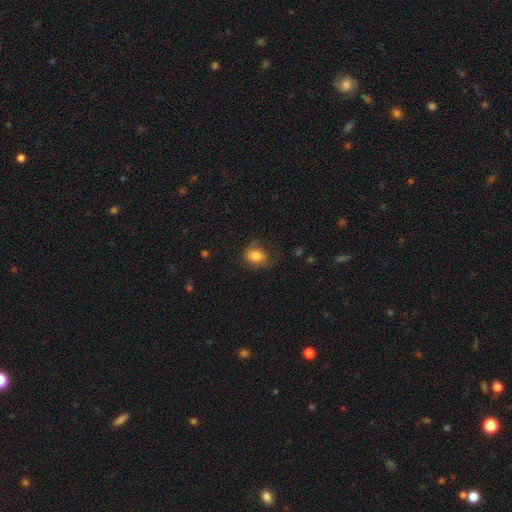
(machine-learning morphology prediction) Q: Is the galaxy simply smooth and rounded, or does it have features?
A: smooth — 78%.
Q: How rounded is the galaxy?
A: in between — 54%.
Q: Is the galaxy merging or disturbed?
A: none — 61%.